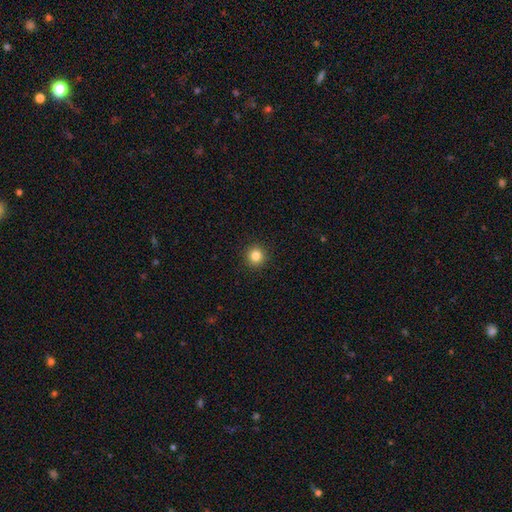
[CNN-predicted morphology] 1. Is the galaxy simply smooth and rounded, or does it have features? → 83% smooth, 12% star or artifact, 5% featured or disk.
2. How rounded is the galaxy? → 95% round, 4% in between, 1% cigar-shaped.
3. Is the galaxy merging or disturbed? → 93% none, 4% minor disturbance, 2% major disturbance, 1% merger.